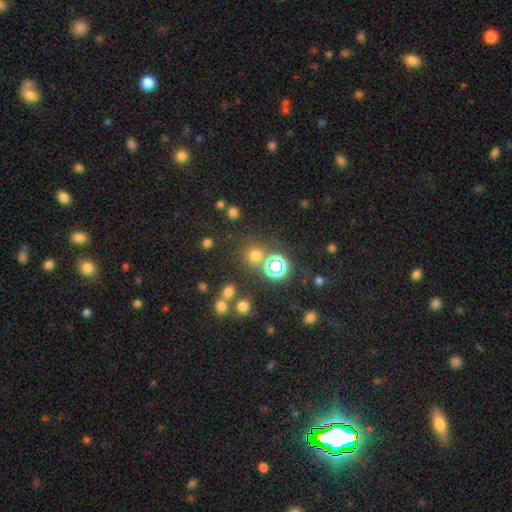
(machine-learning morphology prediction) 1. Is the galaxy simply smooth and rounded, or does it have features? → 61% smooth, 32% star or artifact, 7% featured or disk.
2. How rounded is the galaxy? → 90% round, 9% in between, 1% cigar-shaped.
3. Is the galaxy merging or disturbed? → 75% none, 11% merger, 9% minor disturbance, 5% major disturbance.